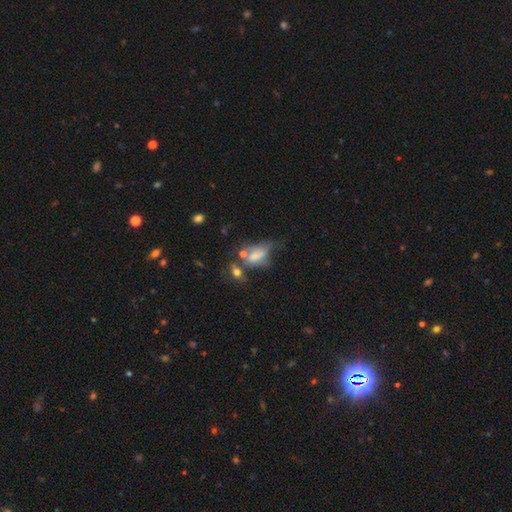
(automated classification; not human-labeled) Smooth or featured? smooth (60%)
How rounded? in between (79%)
Merging? major disturbance (30%)